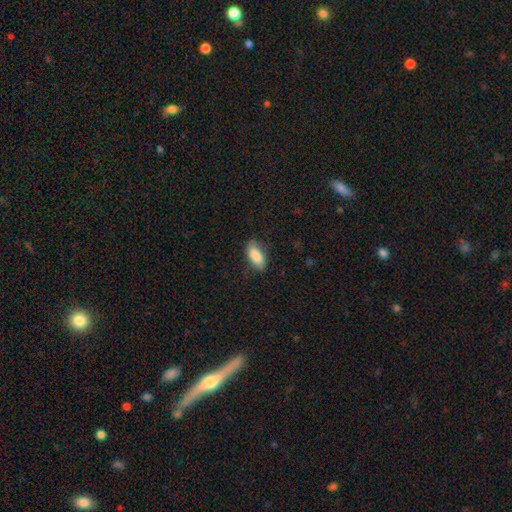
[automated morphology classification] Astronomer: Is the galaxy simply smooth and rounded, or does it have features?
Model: smooth — 85%.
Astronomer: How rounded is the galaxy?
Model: in between — 88%.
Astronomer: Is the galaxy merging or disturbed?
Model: none — 80%.